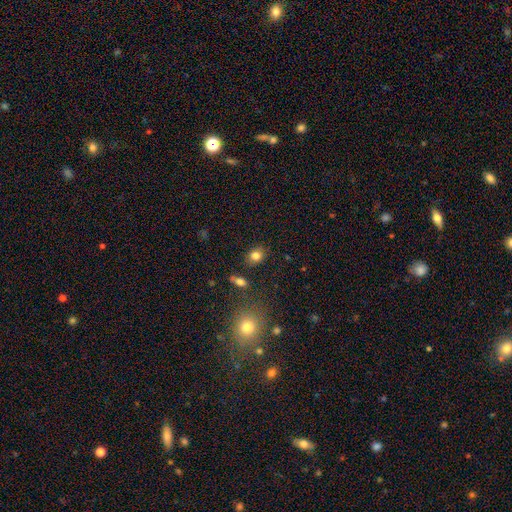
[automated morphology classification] Smooth or featured: smooth — 81% (star or artifact — 11%)
How rounded: in between — 52% (round — 47%)
Merging: none — 83% (minor disturbance — 11%)